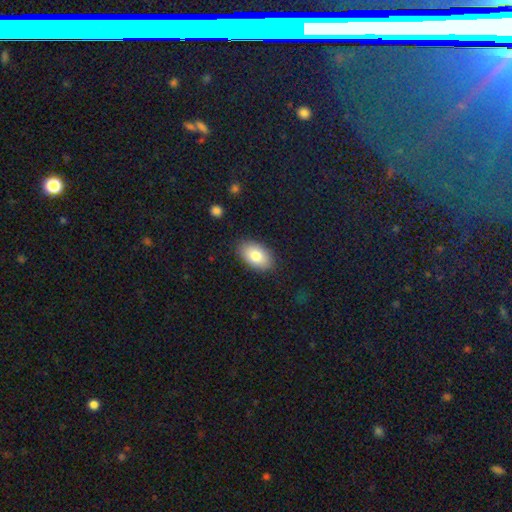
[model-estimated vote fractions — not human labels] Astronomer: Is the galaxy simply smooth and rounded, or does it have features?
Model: smooth — 80%.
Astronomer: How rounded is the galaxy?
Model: in between — 93%.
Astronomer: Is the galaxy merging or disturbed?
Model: none — 86%.